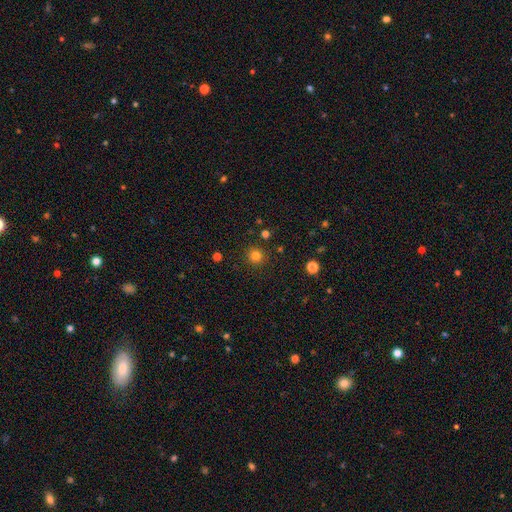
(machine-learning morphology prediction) A smooth galaxy with no disk features (81%) that is round (93%).

Vote fractions:
- Smooth or featured? smooth: 81% / star or artifact: 14% / featured or disk: 5%
- How rounded? round: 93% / in between: 6% / cigar-shaped: 1%
- Merging? none: 90% / minor disturbance: 6% / major disturbance: 2% / merger: 2%